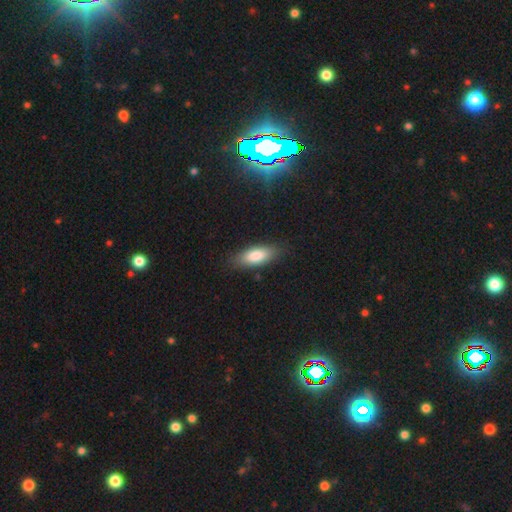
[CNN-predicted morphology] This appears to be a smooth galaxy with no disk features (82%) that is in between round and cigar-shaped (77%). Merging: none (83%).